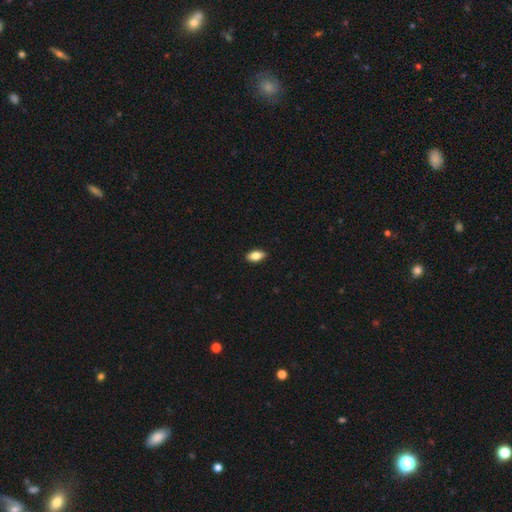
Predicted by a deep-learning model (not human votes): smooth_or_featured: smooth (p=0.79) [alt: featured or disk p=0.14]
how_rounded: in between (p=0.89) [alt: cigar-shaped p=0.07]
merging: none (p=0.90) [alt: minor disturbance p=0.08]